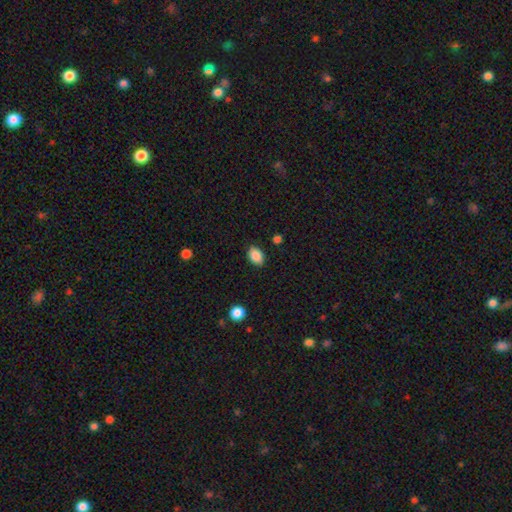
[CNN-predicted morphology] Q: Smooth or featured?
A: smooth (88%); runner-up: star or artifact (8%)
Q: How rounded?
A: in between (80%); runner-up: round (18%)
Q: Merging?
A: none (86%); runner-up: minor disturbance (10%)